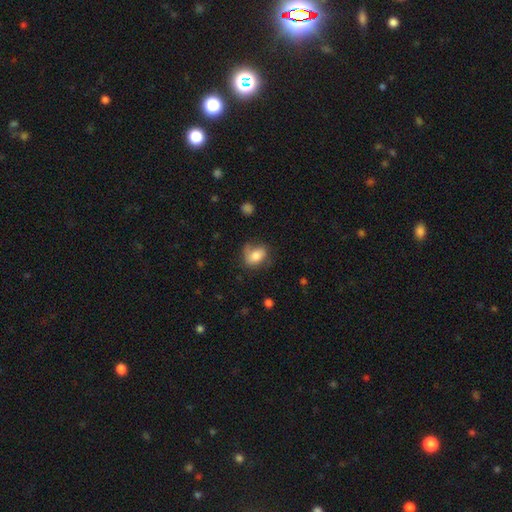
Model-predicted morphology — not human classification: Smooth or featured?
  - smooth: 73% *
  - featured or disk: 19%
  - star or artifact: 9%
How rounded?
  - in between: 75% *
  - round: 23%
  - cigar-shaped: 2%
Merging?
  - none: 53% *
  - minor disturbance: 29%
  - major disturbance: 15%
  - merger: 4%